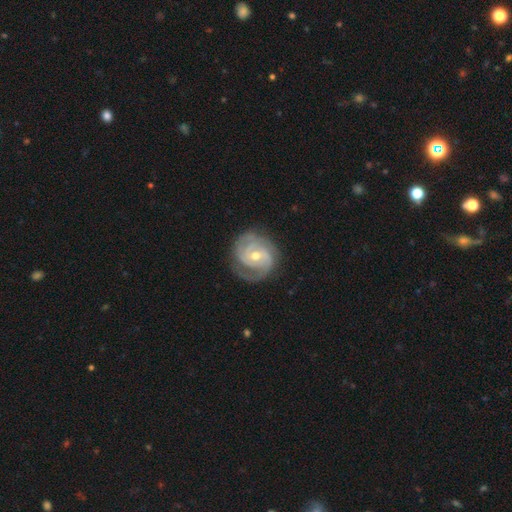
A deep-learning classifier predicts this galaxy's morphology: Overall: featured or disk (89%). Edge-on disk: no (98%). Bar: no (47%; weak 41%). Spiral arms: yes (97%). Spiral arm count: 2 (47%; 3 26%). Spiral winding: tight (66%; medium 29%). Bulge size: moderate (56%; small 41%). Merging: none (77%).